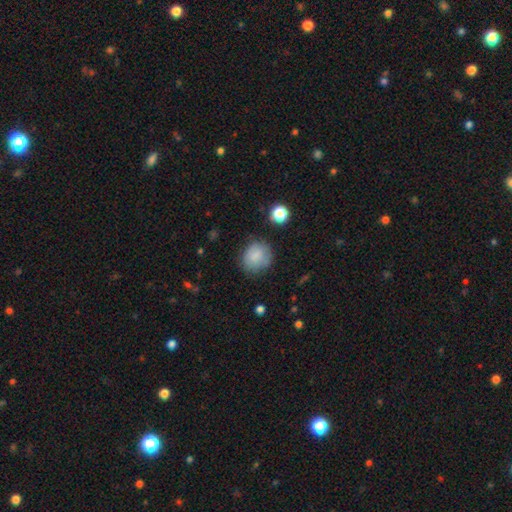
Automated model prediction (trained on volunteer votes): Morphology: type=smooth (83%); roundness=round (76%); merging=none (74%).